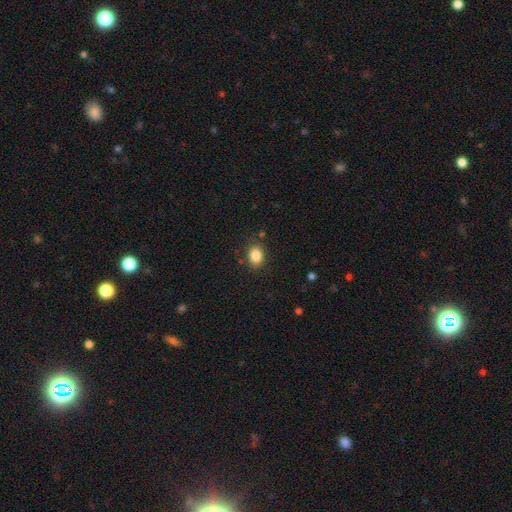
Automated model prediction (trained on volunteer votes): Q: Smooth or featured?
A: smooth (85%); runner-up: star or artifact (9%)
Q: How rounded?
A: in between (67%); runner-up: round (32%)
Q: Merging?
A: none (85%); runner-up: minor disturbance (10%)